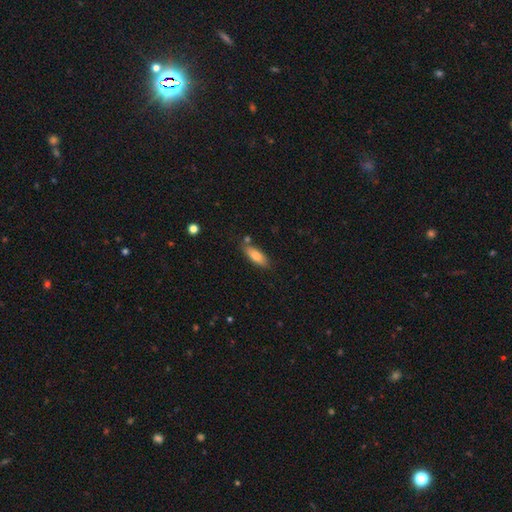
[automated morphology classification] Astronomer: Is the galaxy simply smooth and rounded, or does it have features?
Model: smooth — 80%.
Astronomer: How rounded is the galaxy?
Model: in between — 66%.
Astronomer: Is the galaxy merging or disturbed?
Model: none — 75%.